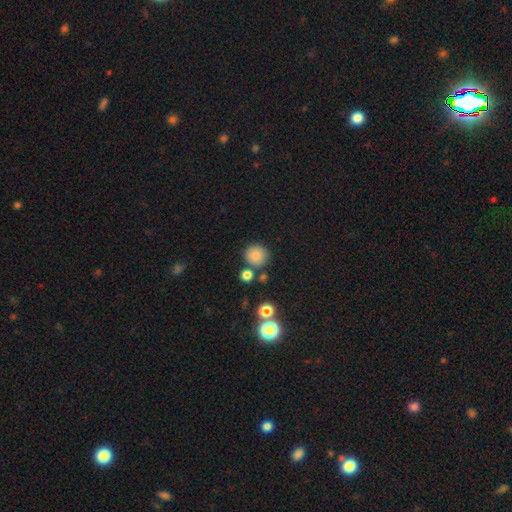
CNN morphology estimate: This appears to be a smooth galaxy with no disk features (81%) that is round (91%). Merging: none (77%).